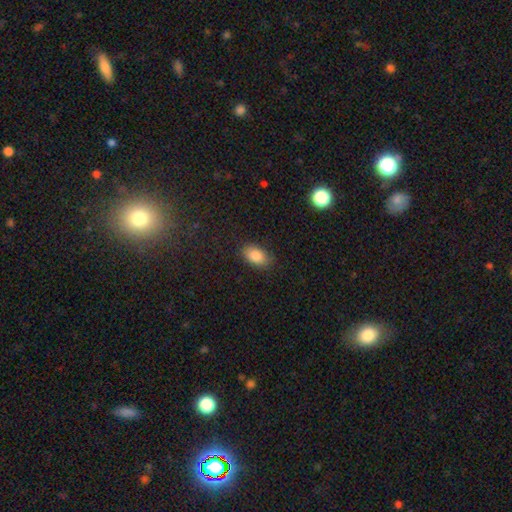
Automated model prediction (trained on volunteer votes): A smooth galaxy with no disk features (85%) that is in between round and cigar-shaped (91%). Merging: none (83%).